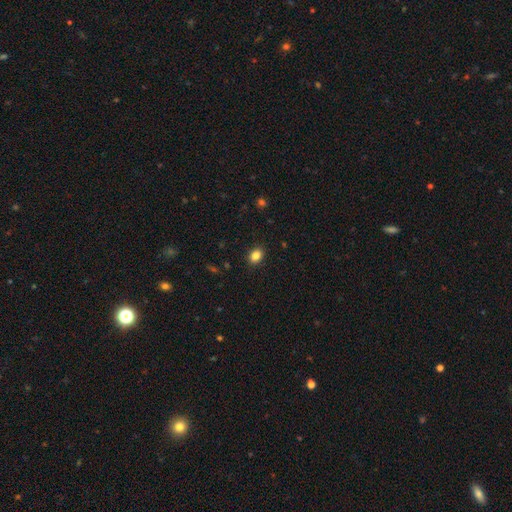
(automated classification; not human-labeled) Smooth or featured?
  - smooth: 85% *
  - star or artifact: 10%
  - featured or disk: 5%
How rounded?
  - in between: 64% *
  - round: 34%
  - cigar-shaped: 1%
Merging?
  - none: 89% *
  - minor disturbance: 8%
  - major disturbance: 2%
  - merger: 1%